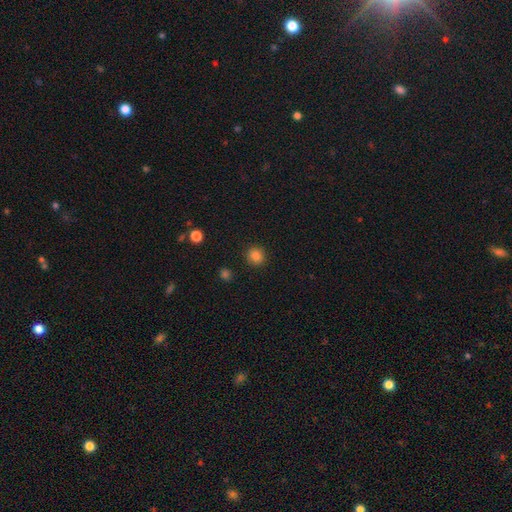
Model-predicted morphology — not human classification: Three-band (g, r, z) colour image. It shows a smooth galaxy with no disk features (84%) that is round (91%). Merging: none (91%).